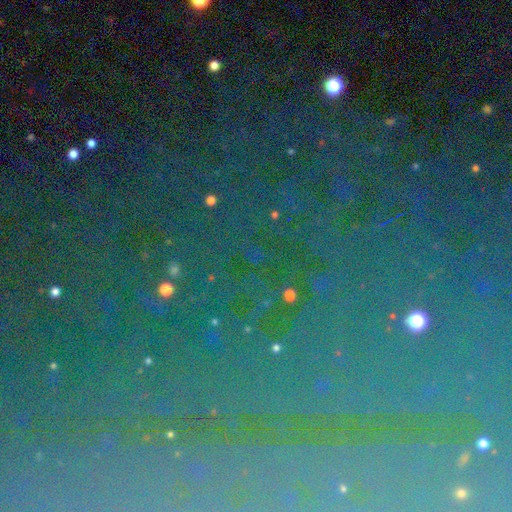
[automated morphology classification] Smooth or featured? star or artifact (80%)